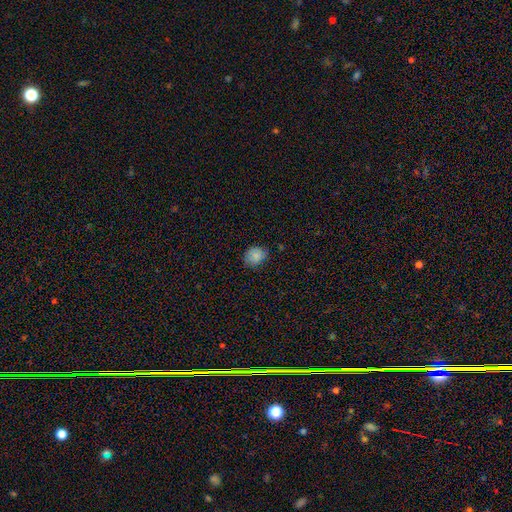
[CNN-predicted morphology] Smooth or featured? smooth (84%)
How rounded? in between (50%)
Merging? none (75%)